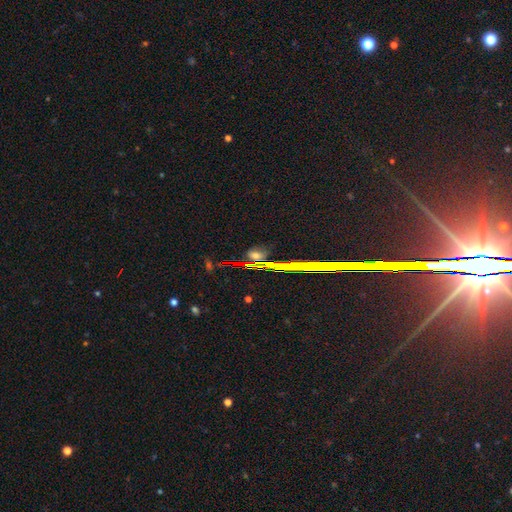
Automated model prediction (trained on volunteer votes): Smooth or featured? Predicted: star or artifact (p=0.49).